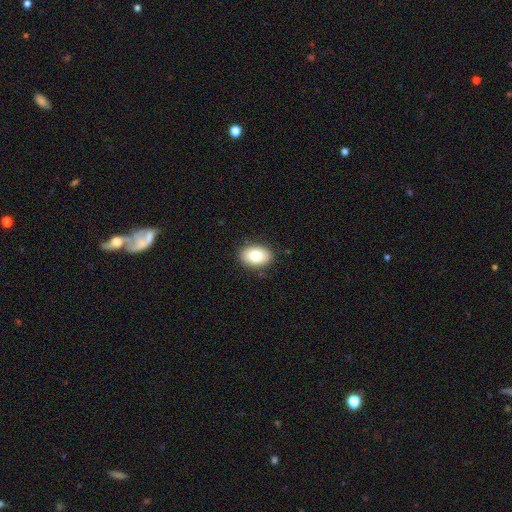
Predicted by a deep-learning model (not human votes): This appears to be a smooth galaxy with no disk features (82%) that is in between round and cigar-shaped (86%). Merging: none (86%).